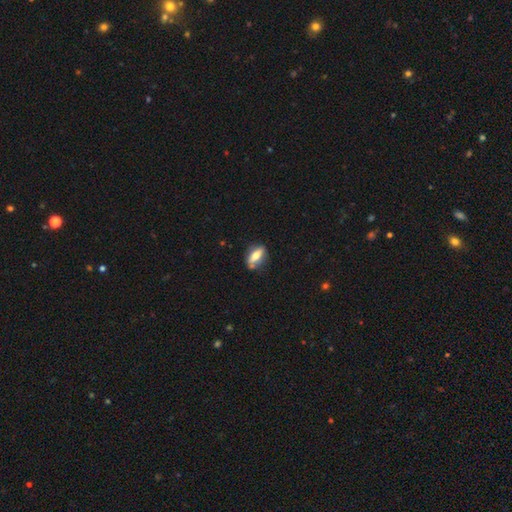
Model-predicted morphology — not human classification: This appears to be a smooth galaxy with no disk features (50%) that is in between round and cigar-shaped (69%). Merging: none (73%).